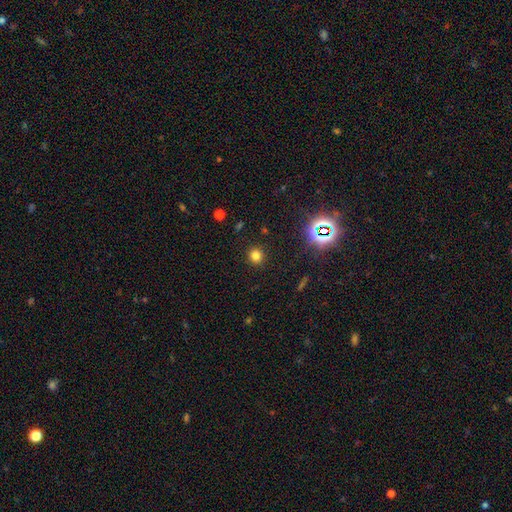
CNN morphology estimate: The model was most divided on "smooth or featured": smooth: 75%, star or artifact: 19%, featured or disk: 6%. More confident: how rounded — round (92%); merging — none (91%).